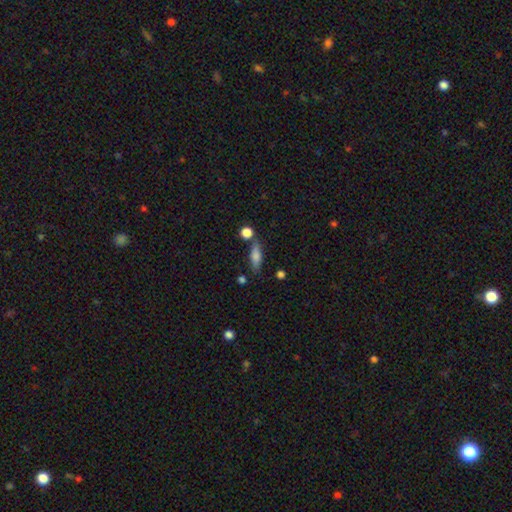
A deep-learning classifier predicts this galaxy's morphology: This appears to be a smooth galaxy with no disk features (68%) that is cigar-shaped (54%). Merging: none (73%).